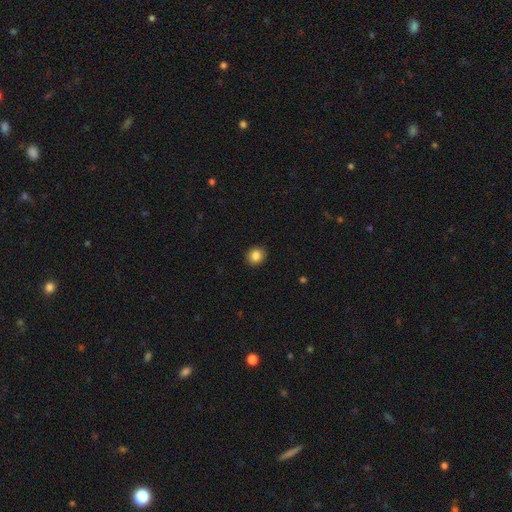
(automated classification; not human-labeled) smooth-or-featured: smooth: 85% | star or artifact: 10% | featured or disk: 5%
  how-rounded: round: 81% | in between: 18% | cigar-shaped: 1%
  merging: none: 91% | minor disturbance: 6% | major disturbance: 2% | merger: 1%